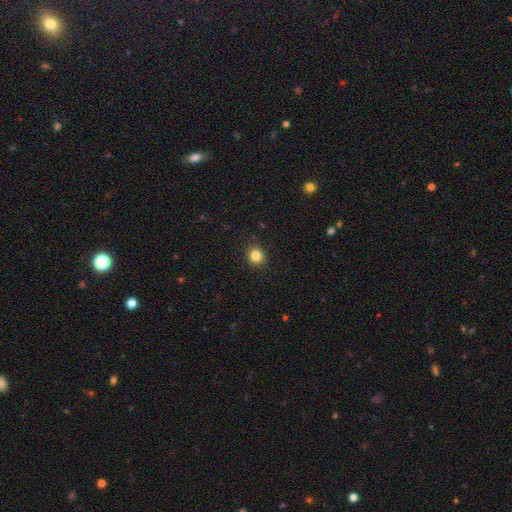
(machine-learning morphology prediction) smooth 84%, star or artifact 11%, featured or disk 5%. Down the decision tree: how rounded — round (83%); merging — none (90%).